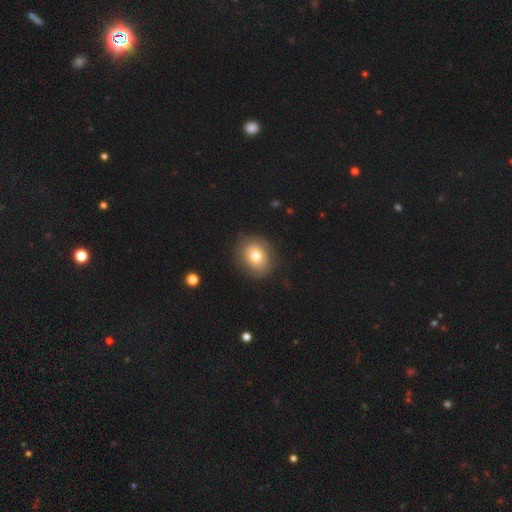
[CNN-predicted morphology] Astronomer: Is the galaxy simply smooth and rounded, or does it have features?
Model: smooth — 73%.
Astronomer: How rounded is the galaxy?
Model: round — 67%.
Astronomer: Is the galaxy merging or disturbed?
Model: none — 83%.